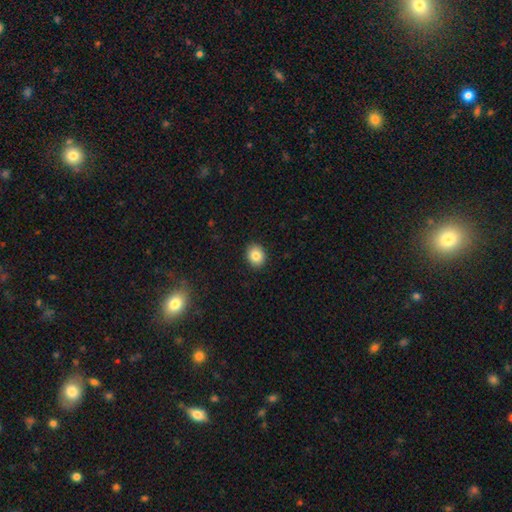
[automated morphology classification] Smooth or featured: smooth — 84% (star or artifact — 9%)
How rounded: round — 60% (in between — 39%)
Merging: none — 91% (minor disturbance — 7%)